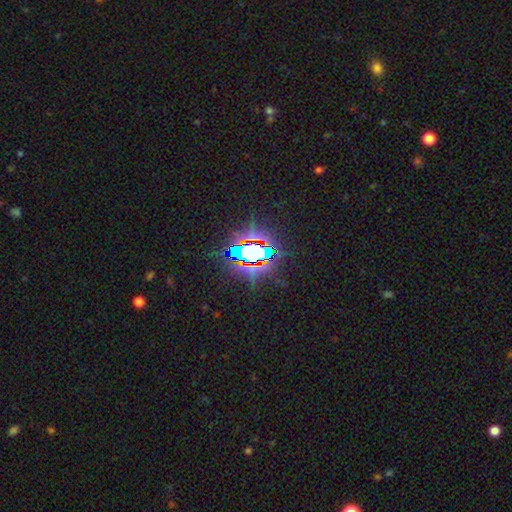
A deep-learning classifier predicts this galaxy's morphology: Smooth or featured? Predicted: star or artifact (p=0.81).